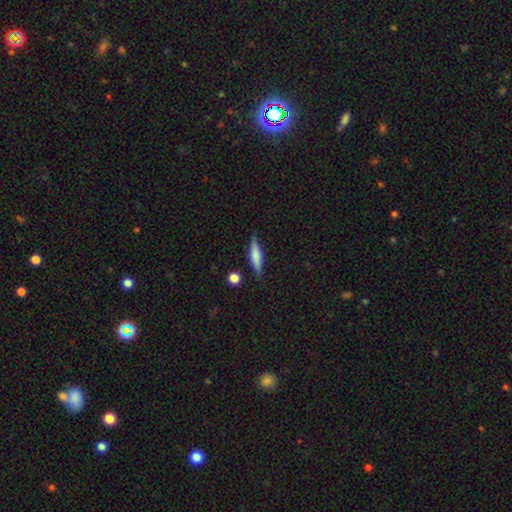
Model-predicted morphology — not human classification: Smooth or featured: smooth — 62% (featured or disk — 31%)
How rounded: cigar-shaped — 79% (in between — 19%)
Merging: none — 83% (minor disturbance — 12%)